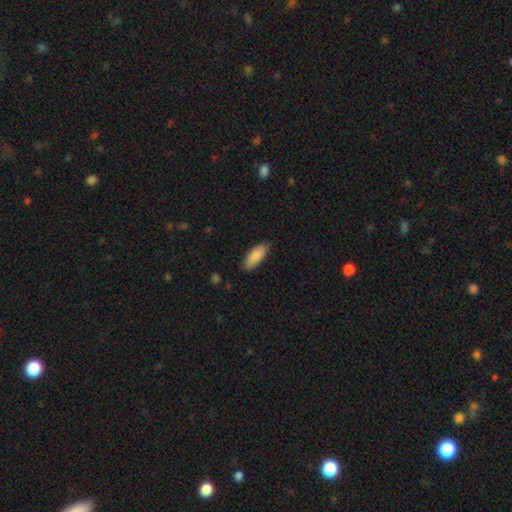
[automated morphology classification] A smooth galaxy with no disk features (88%) that is in between round and cigar-shaped (75%). Merging: none (83%).